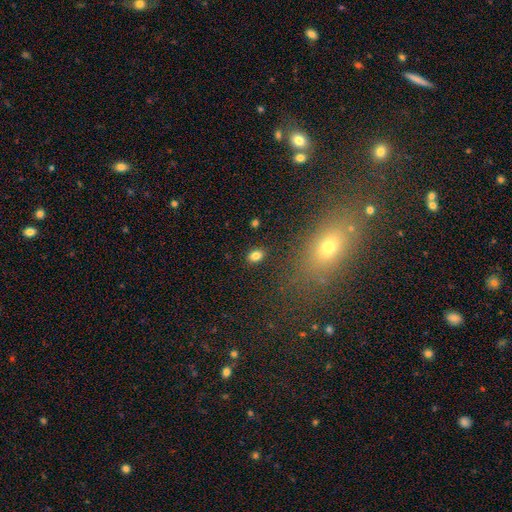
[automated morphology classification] Smooth or featured?
  - smooth: 81% *
  - star or artifact: 12%
  - featured or disk: 7%
How rounded?
  - in between: 74% *
  - round: 25%
  - cigar-shaped: 1%
Merging?
  - none: 87% *
  - minor disturbance: 9%
  - major disturbance: 3%
  - merger: 2%